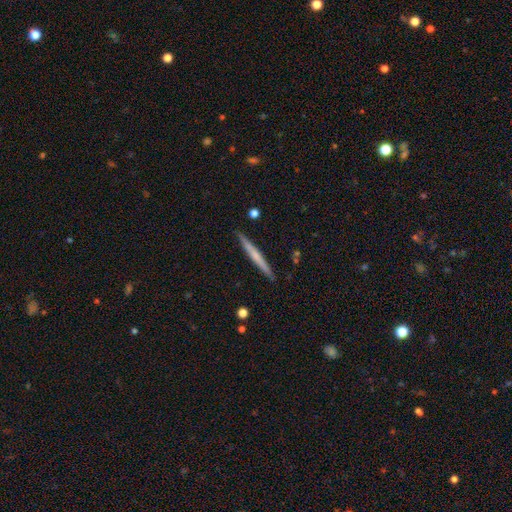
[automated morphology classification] smooth-or-featured: featured or disk: 50% | smooth: 44% | star or artifact: 5%
  disk-edge-on: yes: 97% | no: 3%
  merging: none: 91% | minor disturbance: 6% | merger: 1% | major disturbance: 1%